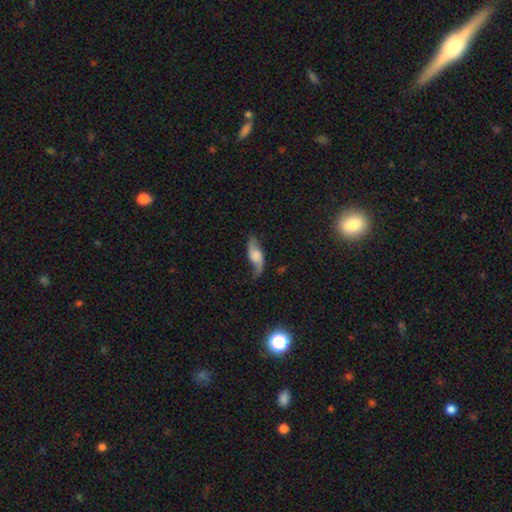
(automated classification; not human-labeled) Smooth or featured: featured or disk — 63% (smooth — 29%)
Edge-on disk: no — 81% (yes — 19%)
Bar: no — 64% (weak — 28%)
Spiral arms: yes — 91% (no — 9%)
Bulge size: large — 31% (none — 25%)
Merging: none — 64% (minor disturbance — 23%)